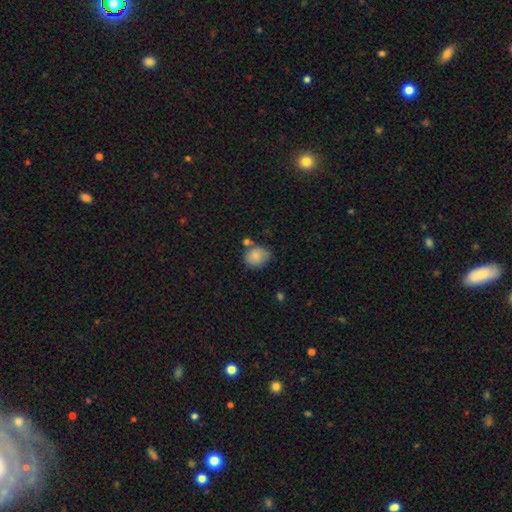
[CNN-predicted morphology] This appears to be a smooth galaxy with no disk features (81%) that is round (53%). Merging: none (59%).